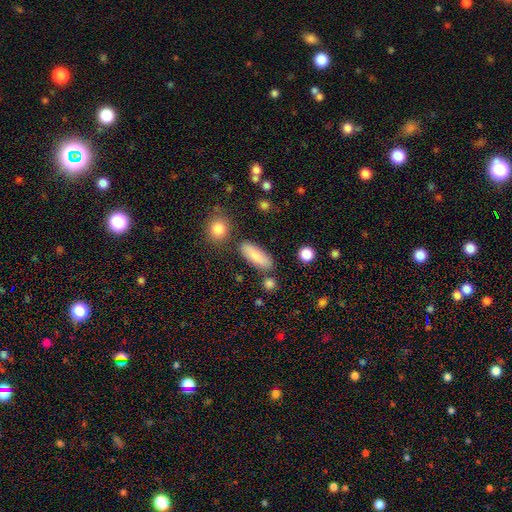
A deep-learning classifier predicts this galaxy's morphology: Smooth or featured: smooth — 83% (featured or disk — 10%)
How rounded: in between — 68% (cigar-shaped — 29%)
Merging: none — 79% (minor disturbance — 12%)